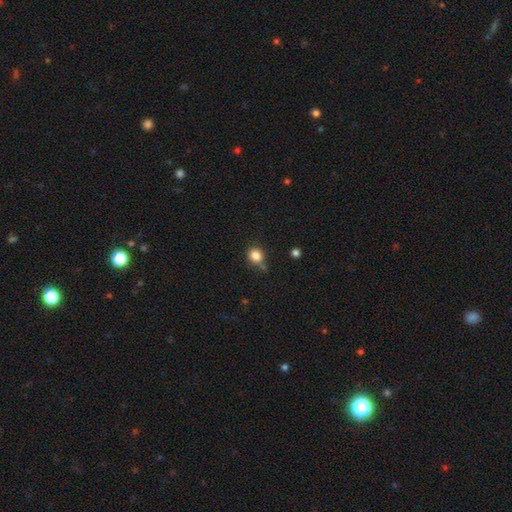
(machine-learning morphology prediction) Smooth or featured?
  - smooth: 84% *
  - star or artifact: 11%
  - featured or disk: 5%
How rounded?
  - round: 76% *
  - in between: 23%
  - cigar-shaped: 1%
Merging?
  - none: 64% *
  - minor disturbance: 22%
  - merger: 8%
  - major disturbance: 6%